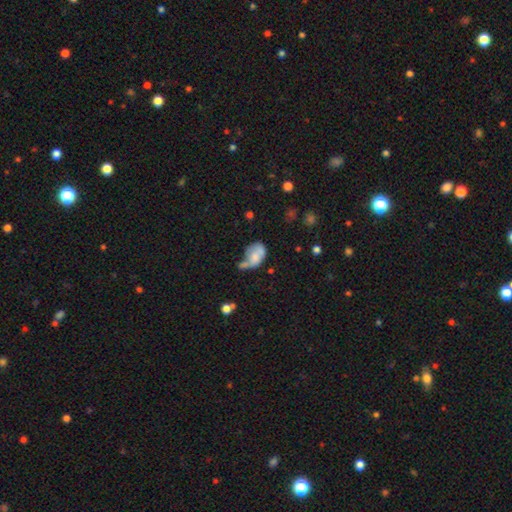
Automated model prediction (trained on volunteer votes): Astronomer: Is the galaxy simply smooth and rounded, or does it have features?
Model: smooth — 66%.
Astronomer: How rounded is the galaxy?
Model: in between — 81%.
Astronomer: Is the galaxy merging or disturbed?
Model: merger — 32% (runner-up: minor disturbance, 24%).